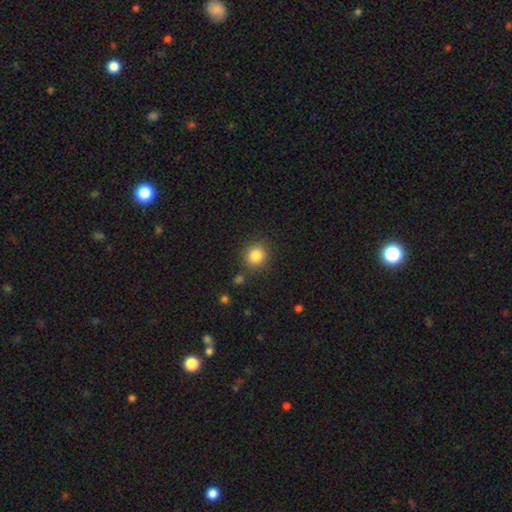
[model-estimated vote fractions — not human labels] smooth 85%, star or artifact 10%, featured or disk 5%. Down the decision tree: how rounded — round (86%); merging — none (84%).